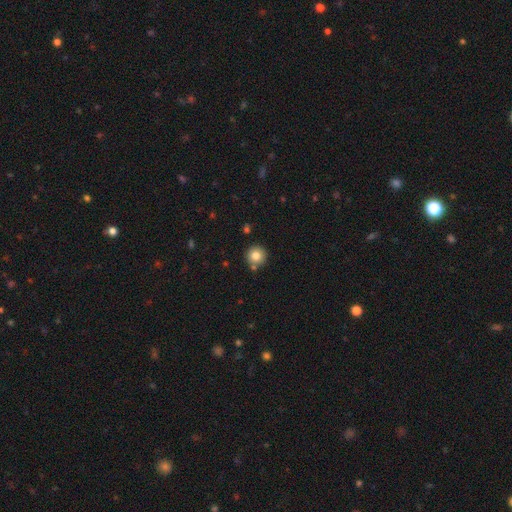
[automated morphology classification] Overall: smooth (81%). How rounded: round (94%). Merging: none (81%).